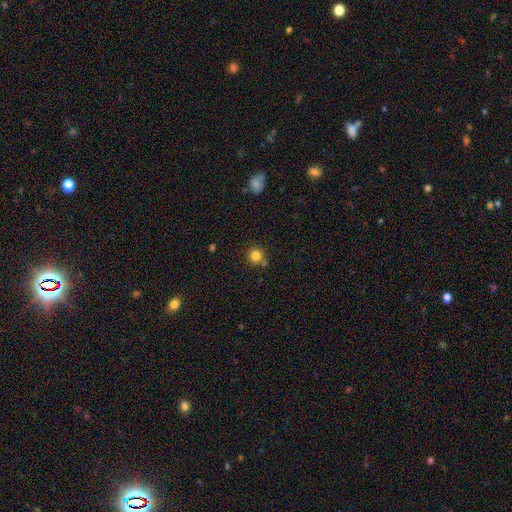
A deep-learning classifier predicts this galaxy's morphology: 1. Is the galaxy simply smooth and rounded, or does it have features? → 82% smooth, 12% star or artifact, 6% featured or disk.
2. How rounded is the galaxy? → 91% round, 8% in between, 1% cigar-shaped.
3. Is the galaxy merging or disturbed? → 73% none, 12% minor disturbance, 11% merger, 4% major disturbance.